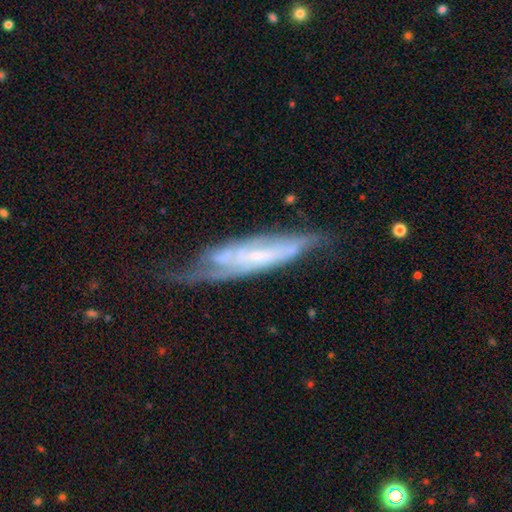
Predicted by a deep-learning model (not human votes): Smooth or featured? Predicted: featured or disk (p=0.75). Edge-on disk? Predicted: no (p=0.63). Merging? Predicted: none (p=0.52).